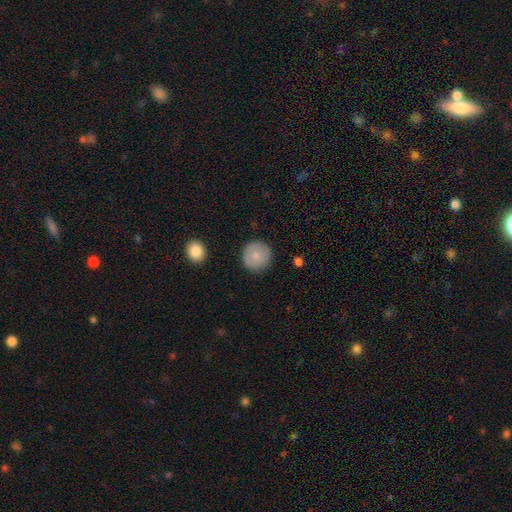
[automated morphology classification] type=smooth (80%); roundness=round (95%); merging=none (89%).